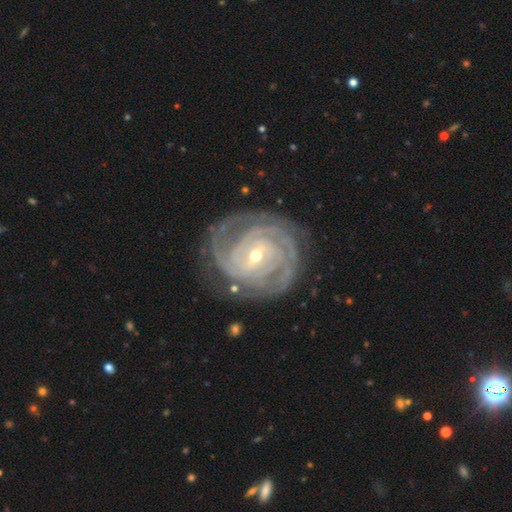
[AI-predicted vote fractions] featured or disk 92%, star or artifact 4%, smooth 4%. Down the decision tree: edge-on disk — no (97%); bar — weak (46%); spiral arms — yes (98%); spiral arm count — 3 (25%); spiral winding — tight (79%); bulge size — small (62%); merging — none (76%).